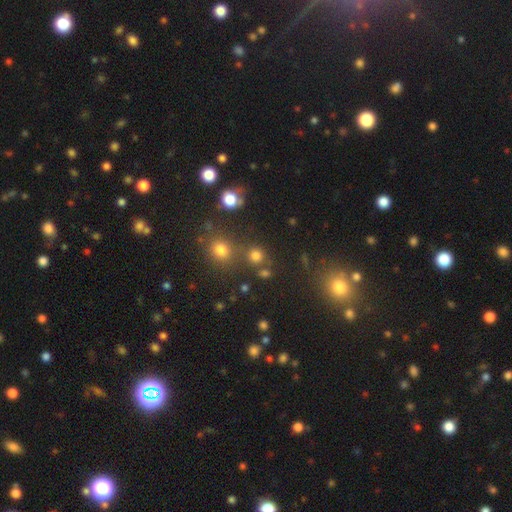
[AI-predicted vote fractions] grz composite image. It shows a smooth galaxy with no disk features (74%) that is round (88%). Merging: none (71%).